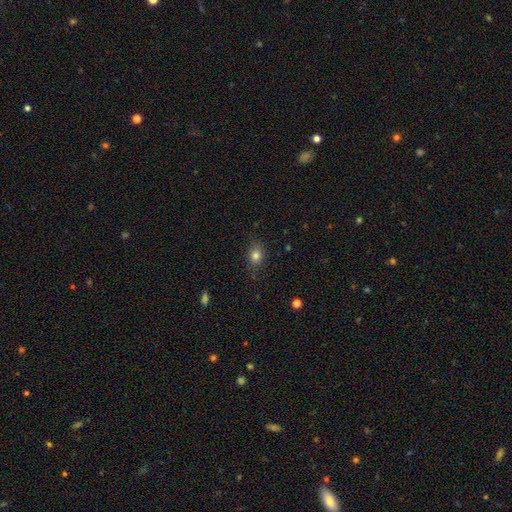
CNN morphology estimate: Smooth or featured?
  - smooth: 80% *
  - star or artifact: 12%
  - featured or disk: 8%
How rounded?
  - in between: 55% *
  - round: 43%
  - cigar-shaped: 2%
Merging?
  - none: 81% *
  - minor disturbance: 14%
  - major disturbance: 3%
  - merger: 1%